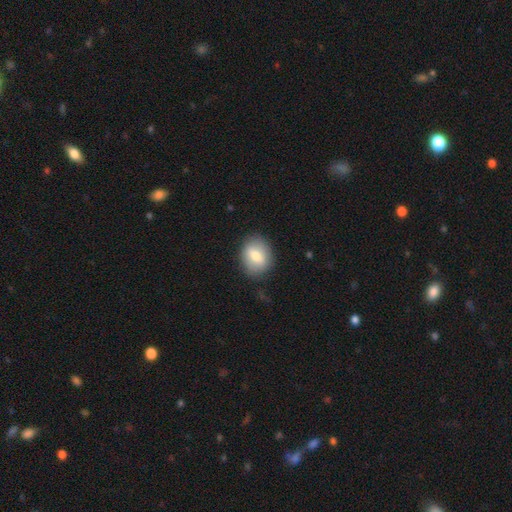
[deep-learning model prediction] A smooth galaxy with no disk features (69%) that is in between round and cigar-shaped (53%).

Vote fractions:
- Smooth or featured? smooth: 69% / featured or disk: 23% / star or artifact: 8%
- How rounded? in between: 53% / round: 45% / cigar-shaped: 1%
- Merging? none: 83% / minor disturbance: 12% / major disturbance: 4% / merger: 1%